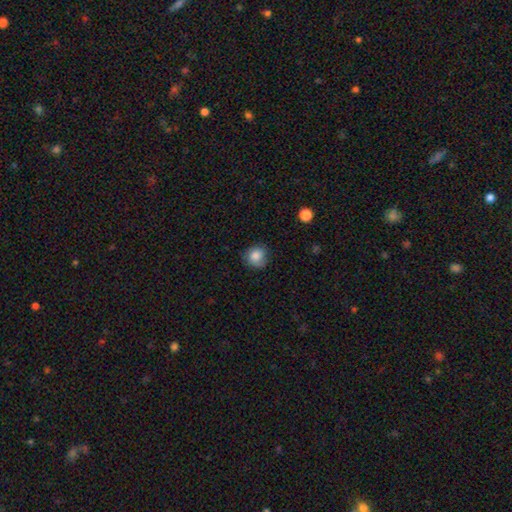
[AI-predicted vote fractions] smooth_or_featured: smooth (p=0.84) [alt: star or artifact p=0.09]
how_rounded: round (p=0.86) [alt: in between p=0.13]
merging: none (p=0.76) [alt: minor disturbance p=0.19]